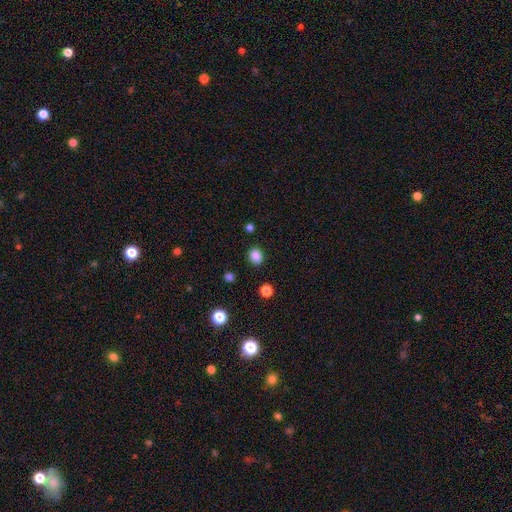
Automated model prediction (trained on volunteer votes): smooth-or-featured: smooth: 85% | star or artifact: 11% | featured or disk: 4%
  how-rounded: round: 56% | in between: 43% | cigar-shaped: 1%
  merging: none: 88% | minor disturbance: 8% | major disturbance: 2% | merger: 2%